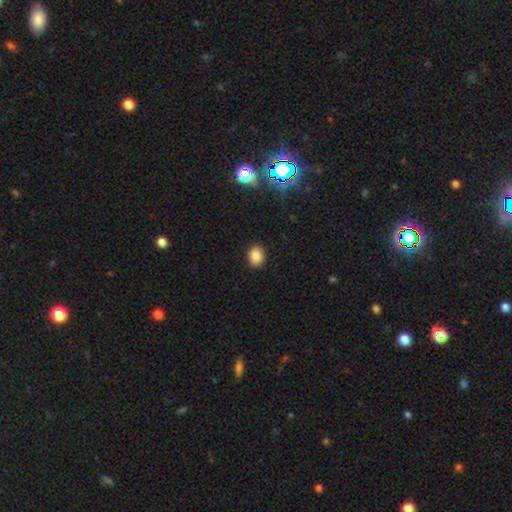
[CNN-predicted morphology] Smooth or featured? smooth (86%)
How rounded? in between (61%)
Merging? none (89%)